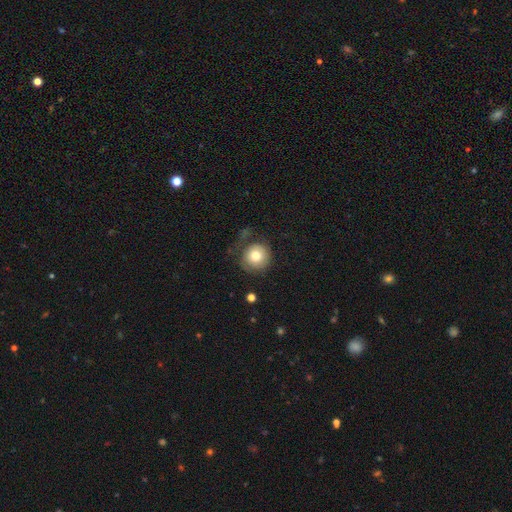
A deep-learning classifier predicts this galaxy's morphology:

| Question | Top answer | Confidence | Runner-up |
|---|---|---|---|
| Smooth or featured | smooth | 75% | featured or disk (17%) |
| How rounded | round | 93% | in between (6%) |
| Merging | none | 62% | minor disturbance (20%) |